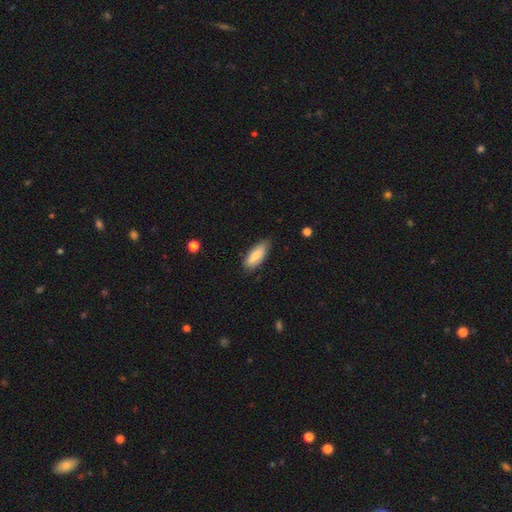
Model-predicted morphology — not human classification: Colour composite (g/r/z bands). It shows a smooth galaxy with no disk features (80%) that is in between round and cigar-shaped (75%). Merging: none (76%).